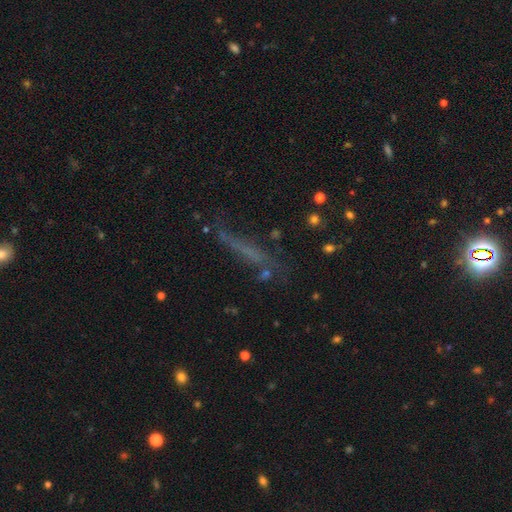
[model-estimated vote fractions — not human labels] Smooth or featured? smooth (42%)
Merging? none (60%)